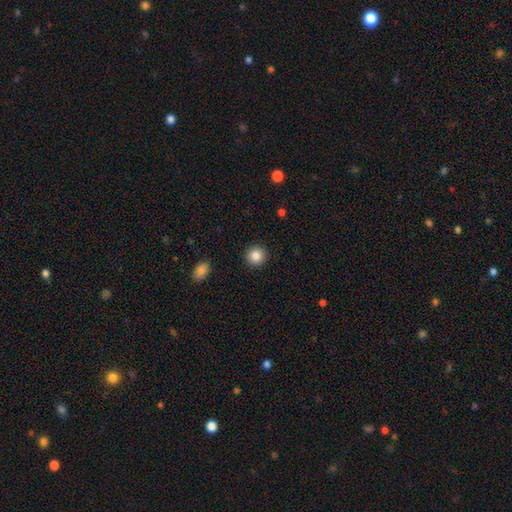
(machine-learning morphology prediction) Overall: smooth (86%). How rounded: round (93%). Merging: none (92%).